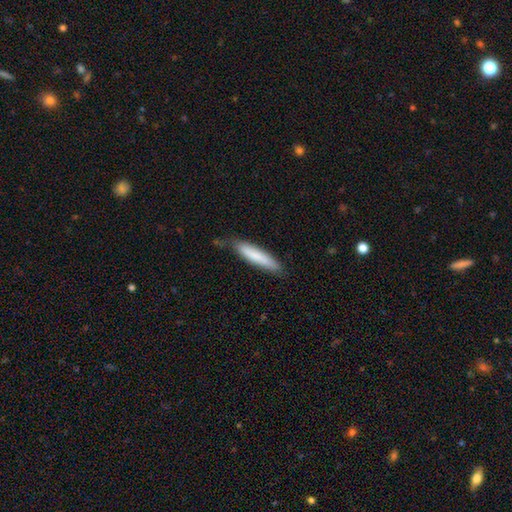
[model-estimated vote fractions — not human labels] Smooth or featured? Predicted: smooth (p=0.77). How rounded? Predicted: cigar-shaped (p=0.87). Merging? Predicted: none (p=0.72).